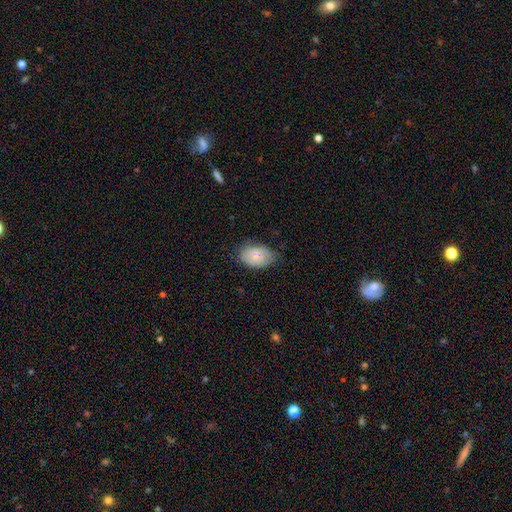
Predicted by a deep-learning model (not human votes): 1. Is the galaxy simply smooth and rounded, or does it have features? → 74% smooth, 19% featured or disk, 7% star or artifact.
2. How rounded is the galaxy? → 87% in between, 12% round, 1% cigar-shaped.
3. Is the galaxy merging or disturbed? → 69% none, 25% minor disturbance, 5% major disturbance, 1% merger.